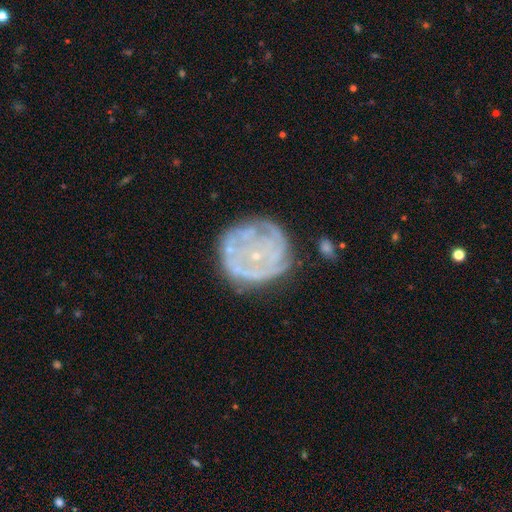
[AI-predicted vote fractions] This appears to be a featured or disk galaxy (70%) with no bar (83%), spiral arms (66%) and a small central bulge (85%). Merging: none (60%).